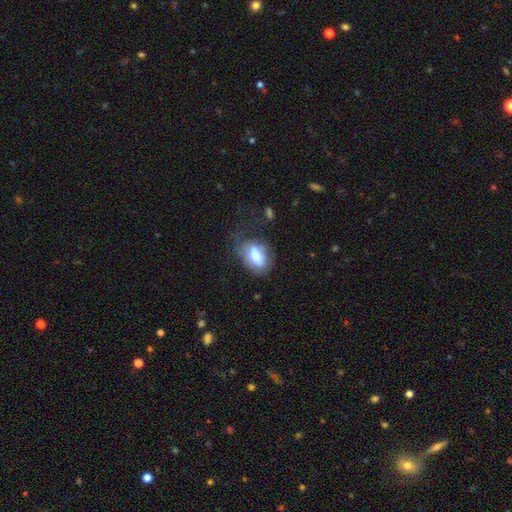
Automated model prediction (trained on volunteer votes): Smooth or featured: smooth — 65% (featured or disk — 27%)
How rounded: in between — 85% (round — 12%)
Merging: none — 44% (minor disturbance — 28%)